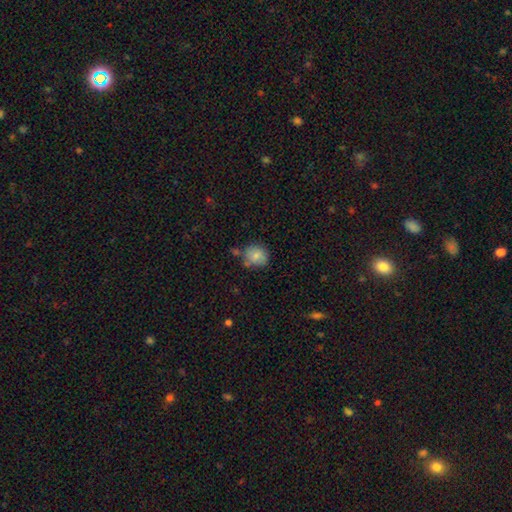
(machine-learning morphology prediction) smooth 78%, featured or disk 13%, star or artifact 9%. Down the decision tree: how rounded — round (77%); merging — none (61%).